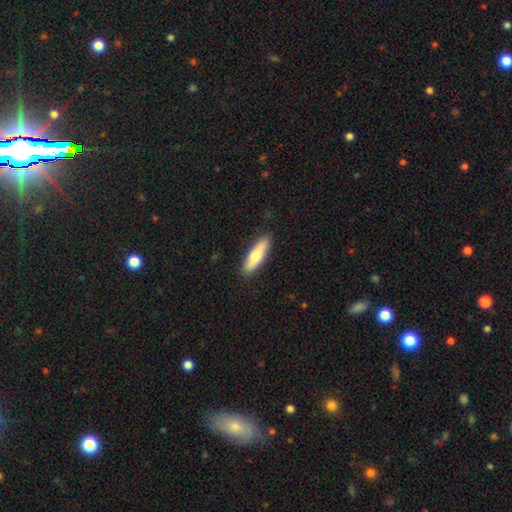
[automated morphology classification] A smooth galaxy with no disk features (69%) that is cigar-shaped (62%). Merging: none (88%).